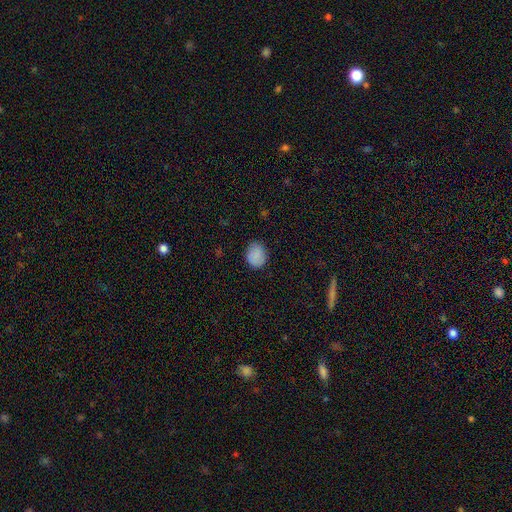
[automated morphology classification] A smooth galaxy with no disk features (86%) that is round (63%). Merging: none (84%).